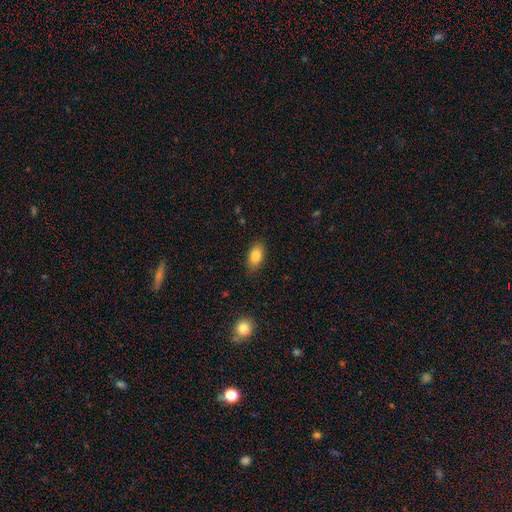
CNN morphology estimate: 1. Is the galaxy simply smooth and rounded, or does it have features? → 85% smooth, 8% featured or disk, 8% star or artifact.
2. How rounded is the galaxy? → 89% in between, 6% round, 5% cigar-shaped.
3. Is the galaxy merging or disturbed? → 86% none, 11% minor disturbance, 3% major disturbance, 1% merger.